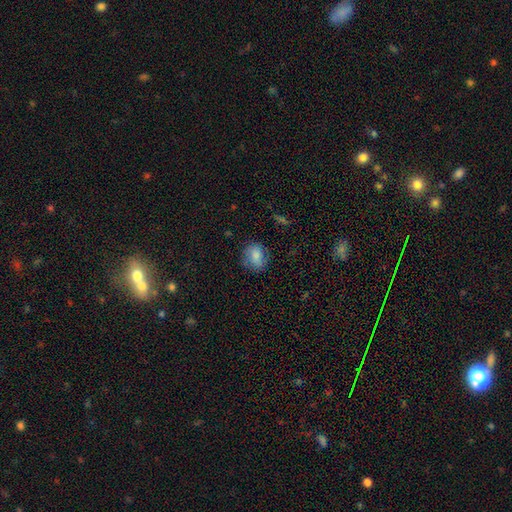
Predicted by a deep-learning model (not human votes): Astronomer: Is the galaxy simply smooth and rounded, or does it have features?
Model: smooth — 78%.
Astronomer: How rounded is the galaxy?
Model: round — 52% (runner-up: in between, 47%).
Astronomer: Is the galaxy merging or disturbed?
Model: none — 74%.